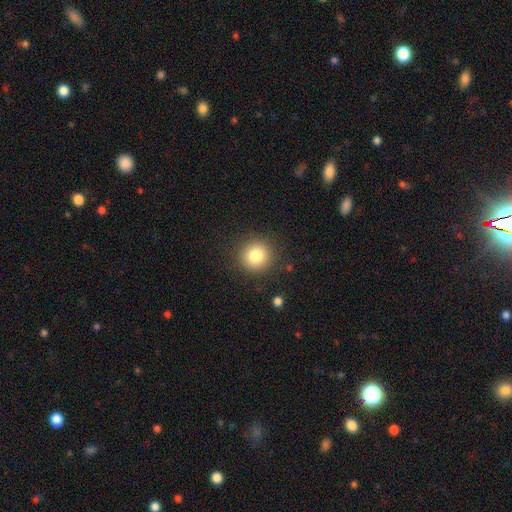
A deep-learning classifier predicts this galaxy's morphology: smooth 82%, star or artifact 11%, featured or disk 7%. Down the decision tree: how rounded — round (93%); merging — none (89%).